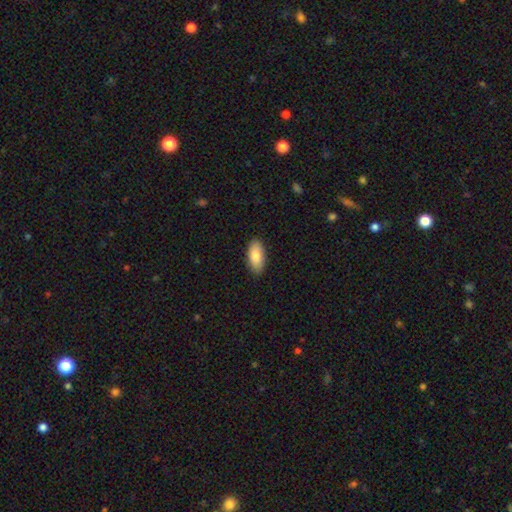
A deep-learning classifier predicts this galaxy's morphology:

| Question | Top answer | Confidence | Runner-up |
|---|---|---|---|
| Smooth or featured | smooth | 86% | featured or disk (8%) |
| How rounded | in between | 91% | cigar-shaped (7%) |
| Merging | none | 88% | minor disturbance (9%) |